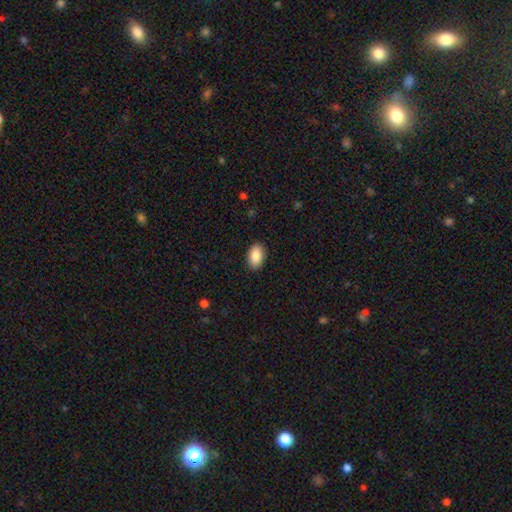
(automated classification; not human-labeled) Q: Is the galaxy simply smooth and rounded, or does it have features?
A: smooth — 88%.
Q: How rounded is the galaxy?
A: in between — 92%.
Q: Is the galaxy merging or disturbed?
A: none — 89%.